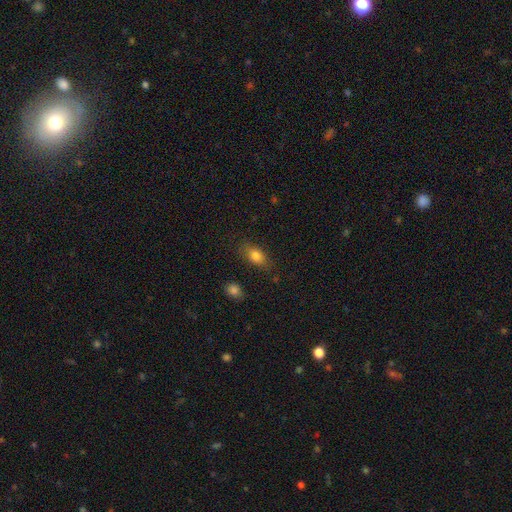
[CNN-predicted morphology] A smooth galaxy with no disk features (80%) that is in between round and cigar-shaped (83%). Merging: none (79%).